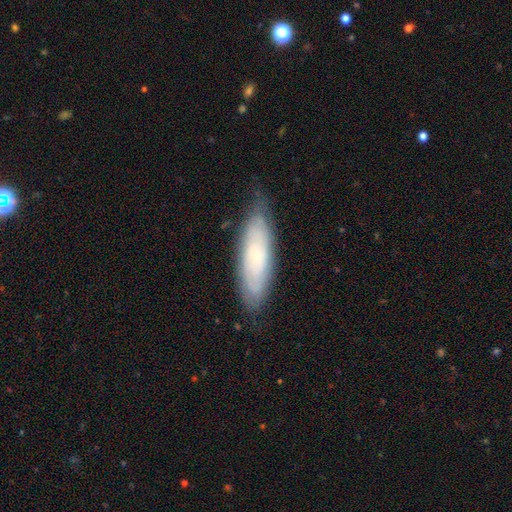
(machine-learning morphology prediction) Smooth or featured? smooth (48%)
Merging? none (70%)